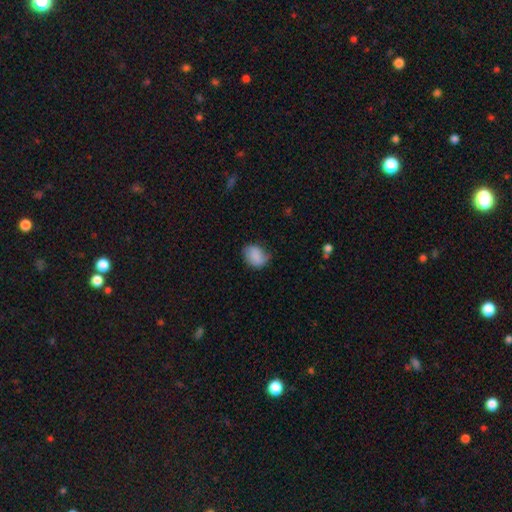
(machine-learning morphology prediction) smooth 84%, featured or disk 9%, star or artifact 8%. Down the decision tree: how rounded — in between (59%); merging — none (62%).